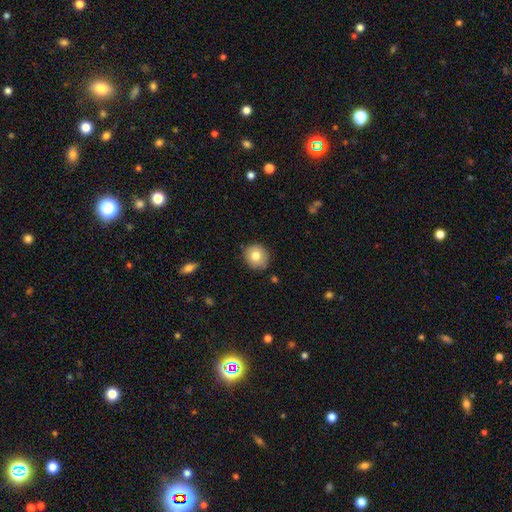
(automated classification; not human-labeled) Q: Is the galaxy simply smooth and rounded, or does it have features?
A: smooth — 78%.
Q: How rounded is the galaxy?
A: round — 90%.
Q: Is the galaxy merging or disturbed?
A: none — 85%.